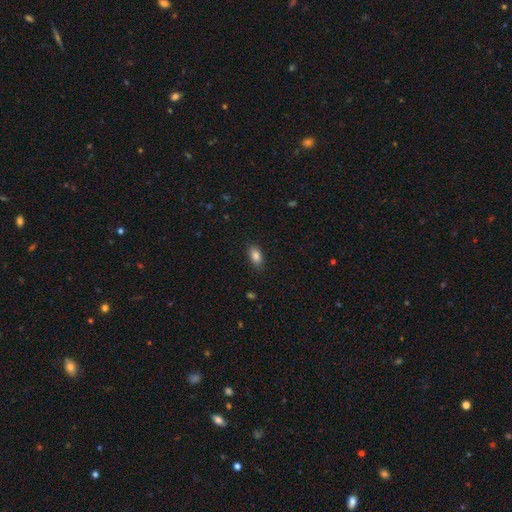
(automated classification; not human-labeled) Smooth or featured? smooth (87%)
How rounded? in between (89%)
Merging? none (85%)